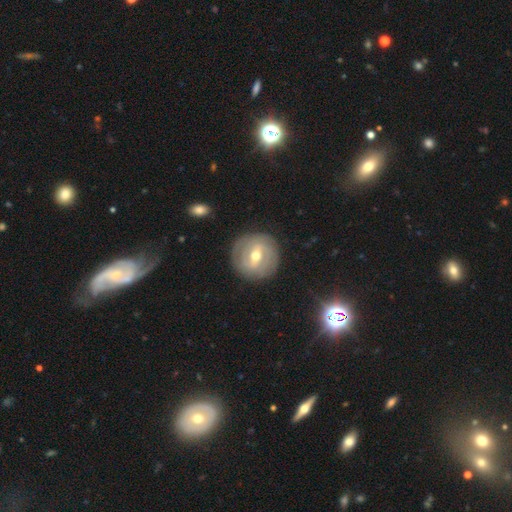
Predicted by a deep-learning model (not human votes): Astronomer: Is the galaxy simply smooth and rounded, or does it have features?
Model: featured or disk — 72%.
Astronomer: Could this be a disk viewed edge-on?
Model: no — 95%.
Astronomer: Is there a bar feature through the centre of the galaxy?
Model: weak — 49% (runner-up: strong, 35%).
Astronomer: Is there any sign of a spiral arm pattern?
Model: yes — 75%.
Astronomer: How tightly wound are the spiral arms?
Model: tight — 67%.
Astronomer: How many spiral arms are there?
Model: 2 — 44% (runner-up: can't tell, 35%).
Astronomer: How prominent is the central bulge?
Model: moderate — 69%.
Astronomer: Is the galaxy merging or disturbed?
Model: none — 84%.